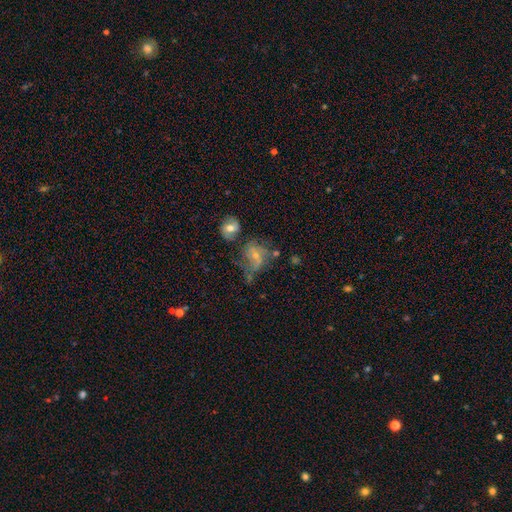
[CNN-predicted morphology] A featured or disk galaxy (55%) with no bar (54%), spiral arms (74%) and a small central bulge (53%). Merging: none (36%).